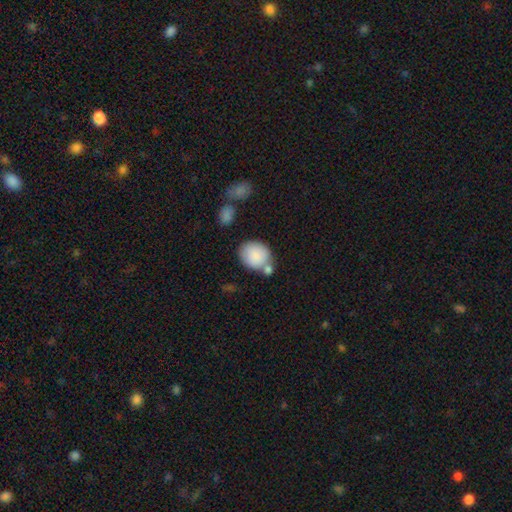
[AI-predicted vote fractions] Smooth or featured: smooth — 86% (featured or disk — 8%)
How rounded: round — 58% (in between — 41%)
Merging: none — 53% (merger — 25%)